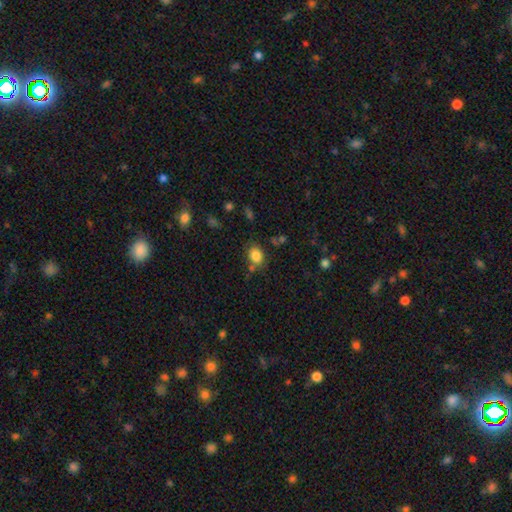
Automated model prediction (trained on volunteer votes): A smooth galaxy with no disk features (83%) that is in between round and cigar-shaped (56%).

Vote fractions:
- Smooth or featured? smooth: 83% / star or artifact: 10% / featured or disk: 7%
- How rounded? in between: 56% / round: 43% / cigar-shaped: 1%
- Merging? none: 72% / minor disturbance: 16% / merger: 8% / major disturbance: 5%